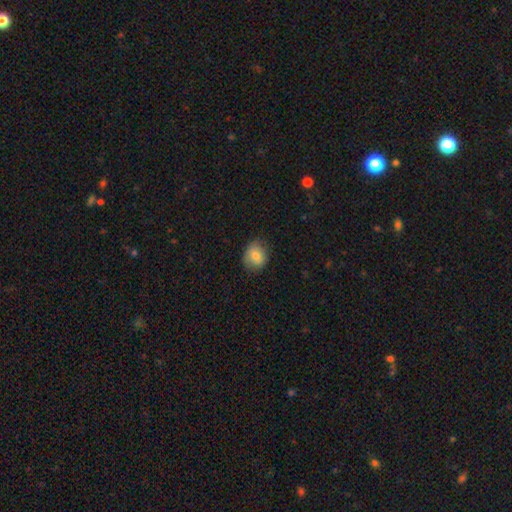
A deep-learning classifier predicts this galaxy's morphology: A smooth galaxy with no disk features (79%) that is round (66%). Merging: none (76%).